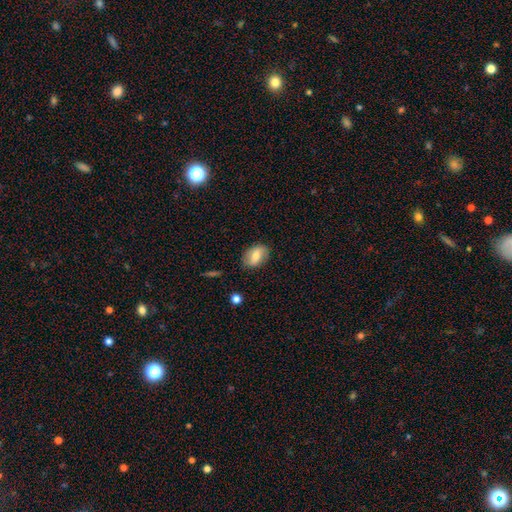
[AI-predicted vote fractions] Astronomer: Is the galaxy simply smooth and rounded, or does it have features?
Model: smooth — 66%.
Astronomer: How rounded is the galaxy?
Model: in between — 84%.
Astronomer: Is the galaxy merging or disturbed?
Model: none — 78%.